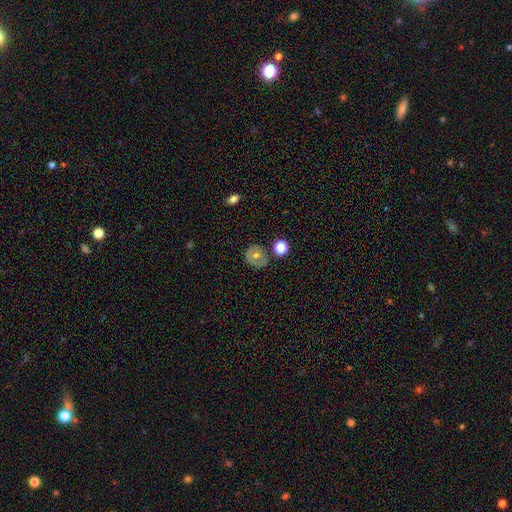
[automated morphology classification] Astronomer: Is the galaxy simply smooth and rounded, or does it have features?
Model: smooth — 60%.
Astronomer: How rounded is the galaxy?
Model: round — 80%.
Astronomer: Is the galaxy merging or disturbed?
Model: none — 75%.